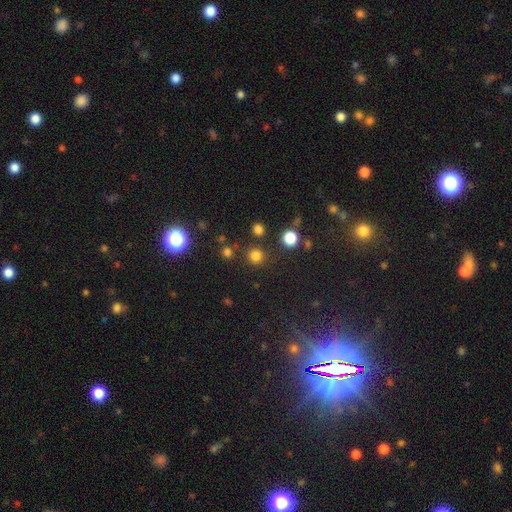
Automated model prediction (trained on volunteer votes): This is likely a smooth galaxy (77%). How rounded: clearly round (93%). Merging: clearly none (85%).